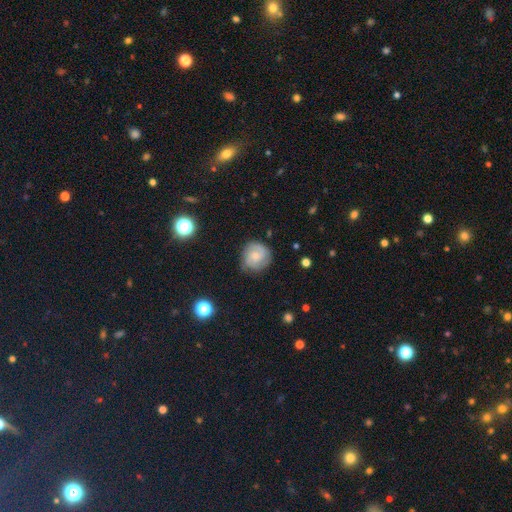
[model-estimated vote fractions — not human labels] This appears to be a featured or disk galaxy (58%) with no bar (68%), 2 (54%) tight (58%) spiral arms (90%) and a small central bulge (51%). Merging: none (73%).